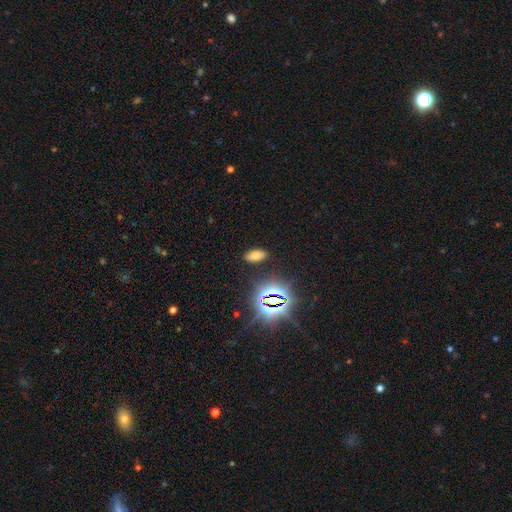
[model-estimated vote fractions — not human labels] smooth-or-featured: smooth: 61% | star or artifact: 28% | featured or disk: 11%
  how-rounded: in between: 90% | cigar-shaped: 6% | round: 5%
  merging: none: 88% | minor disturbance: 8% | major disturbance: 2% | merger: 2%